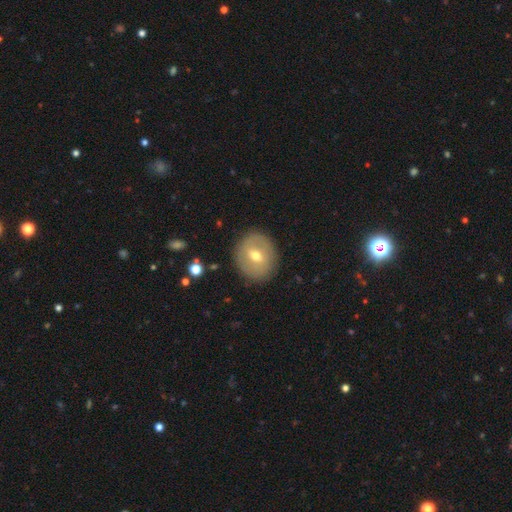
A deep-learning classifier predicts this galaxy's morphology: Smooth or featured: smooth — 50% (featured or disk — 42%)
How rounded: round — 80% (in between — 19%)
Merging: none — 87% (minor disturbance — 9%)